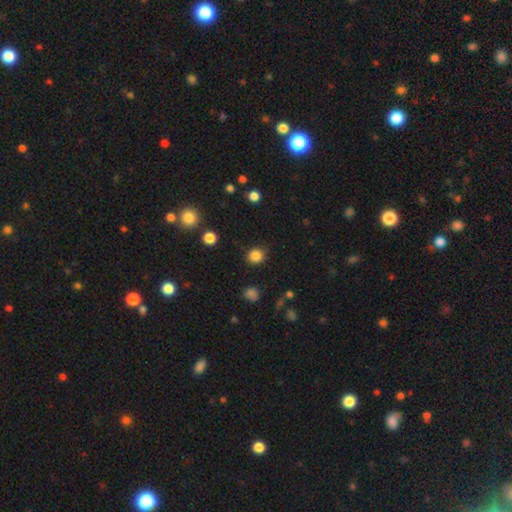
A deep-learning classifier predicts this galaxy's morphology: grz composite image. It shows a smooth galaxy with no disk features (84%) that is round (88%). Merging: none (88%).